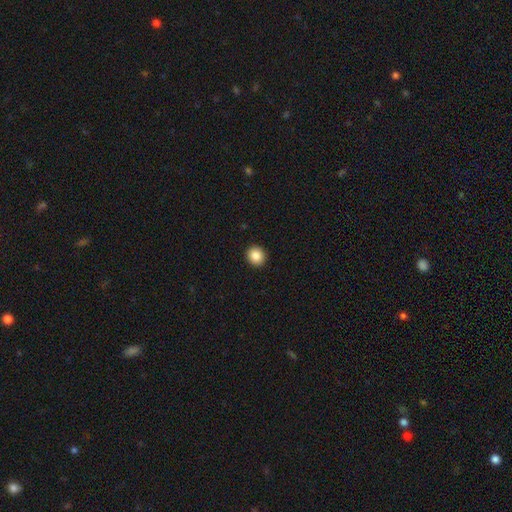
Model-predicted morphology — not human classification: Smooth or featured? smooth (87%)
How rounded? round (85%)
Merging? none (93%)